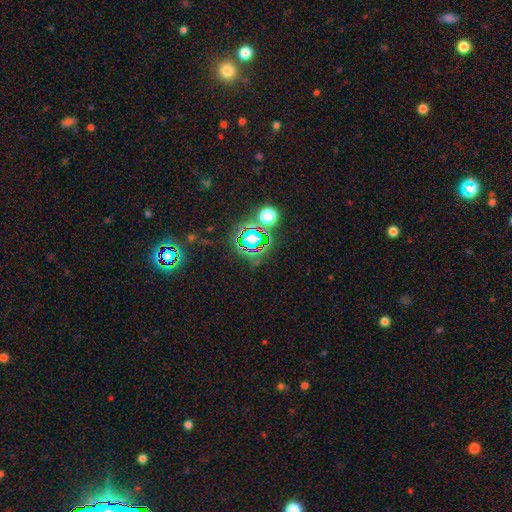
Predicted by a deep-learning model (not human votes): smooth_or_featured: star or artifact (p=0.76) [alt: smooth p=0.15]